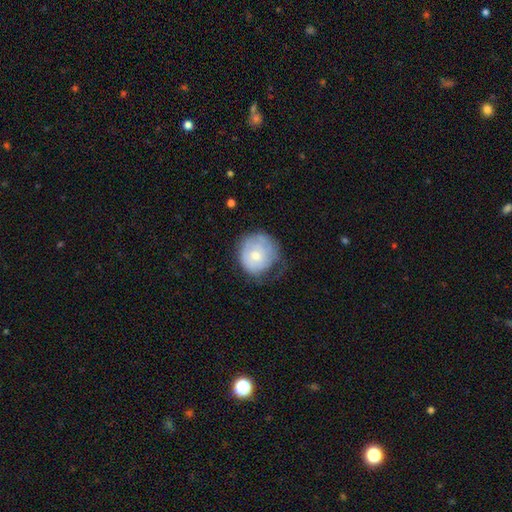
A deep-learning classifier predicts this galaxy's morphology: Q: Smooth or featured?
A: smooth (56%); runner-up: featured or disk (38%)
Q: How rounded?
A: round (87%); runner-up: in between (12%)
Q: Merging?
A: none (47%); runner-up: minor disturbance (33%)